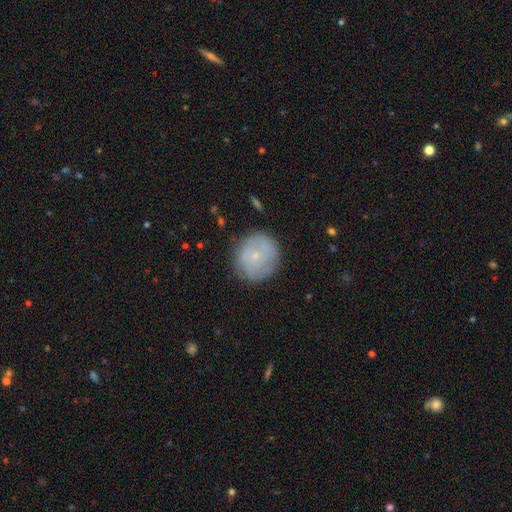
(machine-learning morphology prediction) Smooth or featured? Predicted: featured or disk (p=0.49). Merging? Predicted: none (p=0.79).